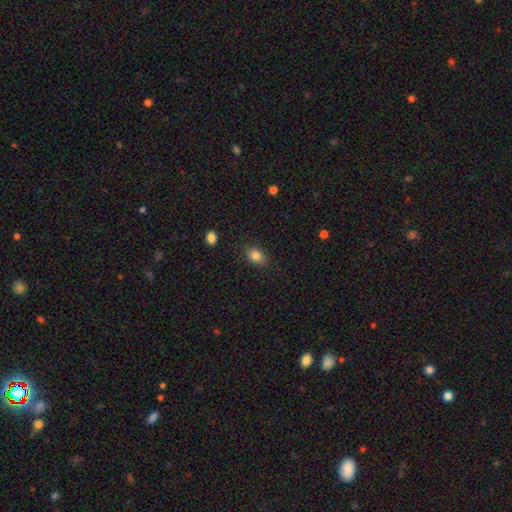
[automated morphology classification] A smooth galaxy with no disk features (83%) that is in between round and cigar-shaped (71%).

Vote fractions:
- Smooth or featured? smooth: 83% / star or artifact: 10% / featured or disk: 7%
- How rounded? in between: 71% / round: 28% / cigar-shaped: 1%
- Merging? none: 85% / minor disturbance: 11% / major disturbance: 3% / merger: 1%